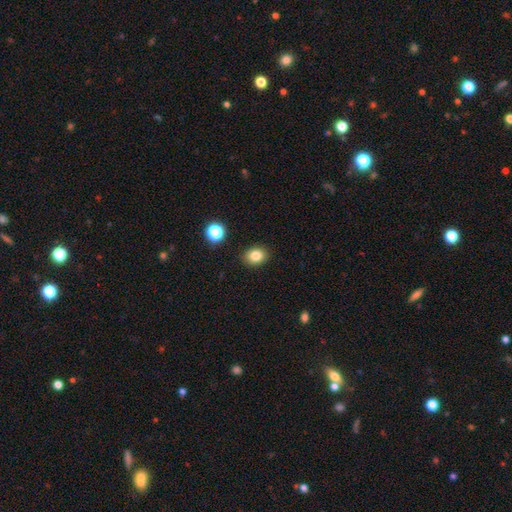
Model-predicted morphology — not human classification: smooth_or_featured: smooth (p=0.83) [alt: star or artifact p=0.11]
how_rounded: in between (p=0.51) [alt: round p=0.48]
merging: none (p=0.89) [alt: minor disturbance p=0.08]